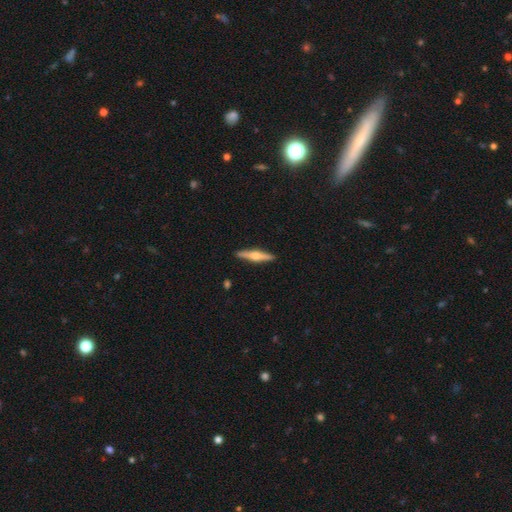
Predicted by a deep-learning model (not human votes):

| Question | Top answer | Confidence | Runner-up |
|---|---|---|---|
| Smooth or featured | featured or disk | 67% | smooth (28%) |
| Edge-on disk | yes | 98% | no (2%) |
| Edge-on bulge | rounded | 90% | boxy (7%) |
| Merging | none | 91% | minor disturbance (6%) |